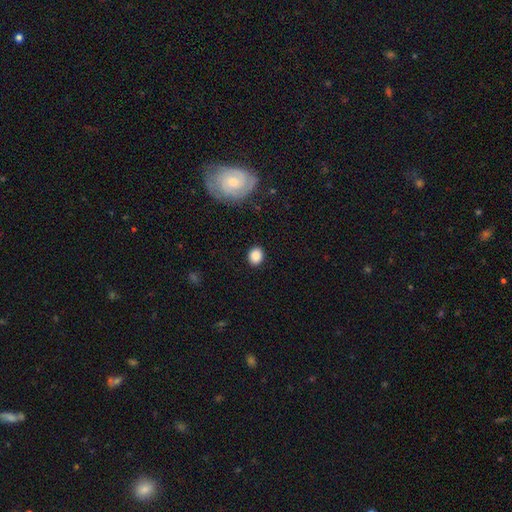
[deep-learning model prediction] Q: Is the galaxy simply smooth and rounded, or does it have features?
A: smooth — 87%.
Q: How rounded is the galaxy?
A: round — 59%.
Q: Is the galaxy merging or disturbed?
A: none — 89%.